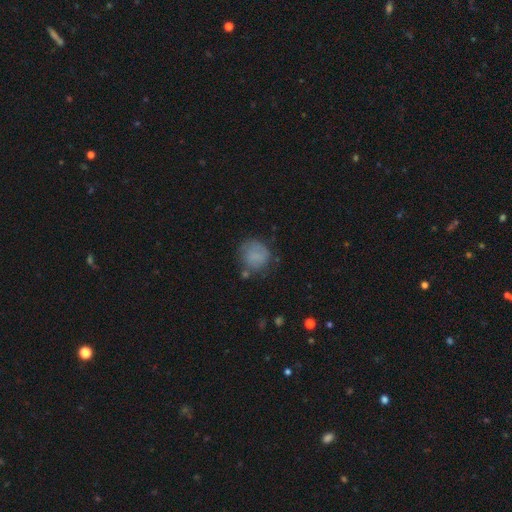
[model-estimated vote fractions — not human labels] This is likely a smooth galaxy (73%). How rounded: clearly round (82%). Merging: possibly none (60%).